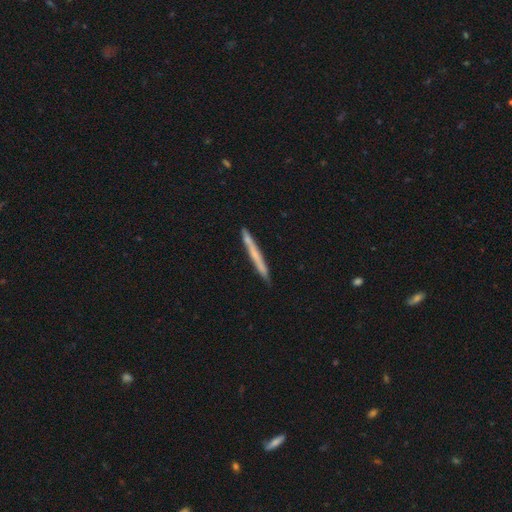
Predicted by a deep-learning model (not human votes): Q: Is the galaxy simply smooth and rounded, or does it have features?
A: smooth — 57%.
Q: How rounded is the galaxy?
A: cigar-shaped — 97%.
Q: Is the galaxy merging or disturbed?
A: none — 87%.